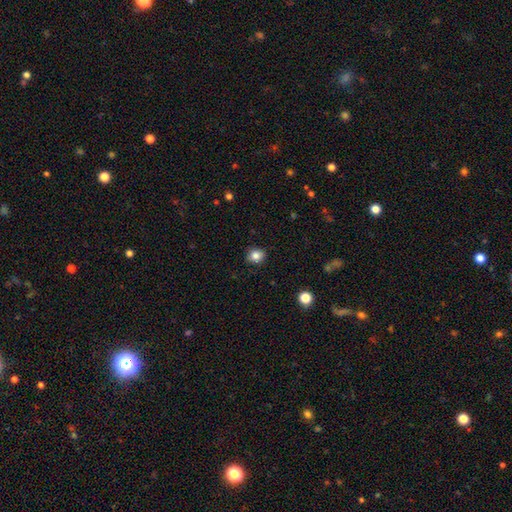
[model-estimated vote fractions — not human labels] smooth 84%, star or artifact 11%, featured or disk 6%. Down the decision tree: how rounded — round (70%); merging — none (87%).